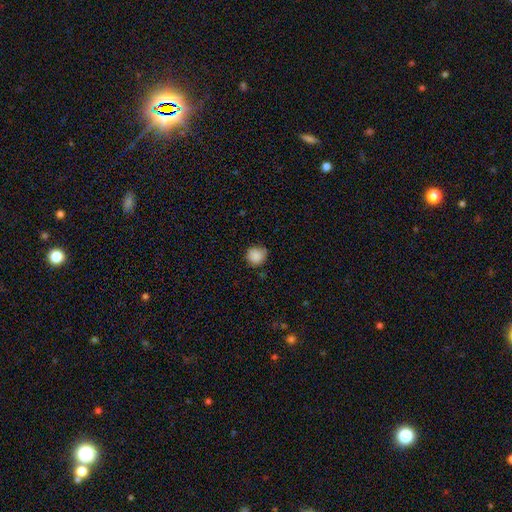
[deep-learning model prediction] Morphology: type=smooth (87%); roundness=round (90%); merging=none (76%).